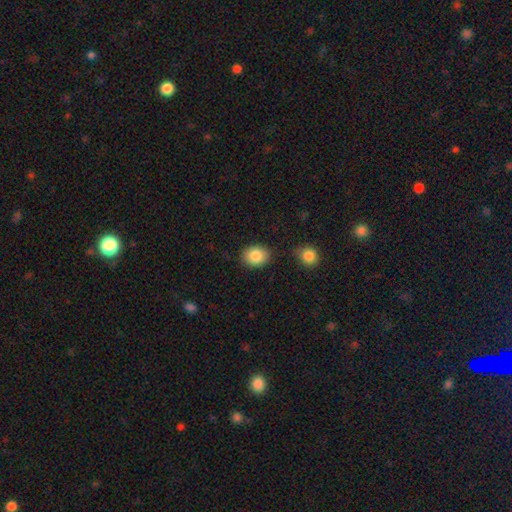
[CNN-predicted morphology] Smooth or featured: smooth — 86% (star or artifact — 8%)
How rounded: round — 53% (in between — 46%)
Merging: none — 82% (minor disturbance — 11%)